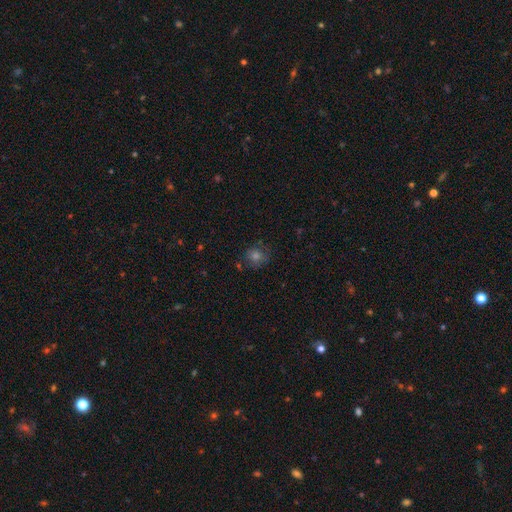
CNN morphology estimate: A smooth galaxy with no disk features (66%) that is round (82%). Merging: none (78%).